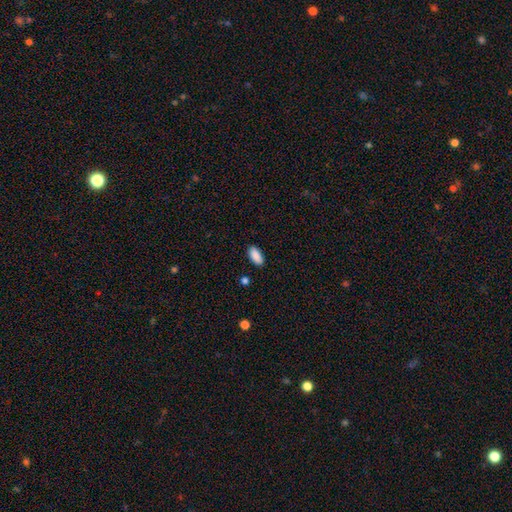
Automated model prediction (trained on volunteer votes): This appears to be a smooth galaxy with no disk features (90%) that is in between round and cigar-shaped (91%). Merging: none (87%).